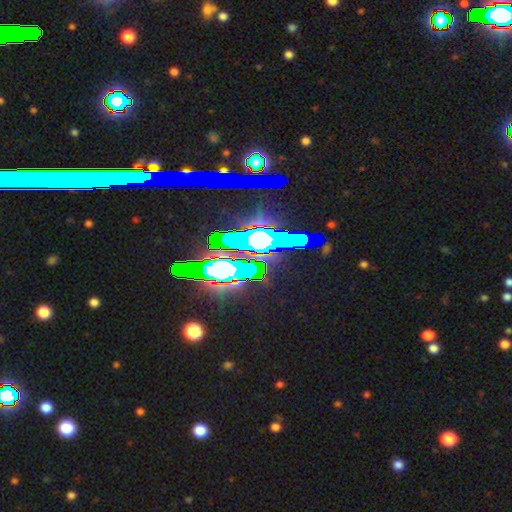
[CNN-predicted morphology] A star or artifact, not a galaxy (77%).